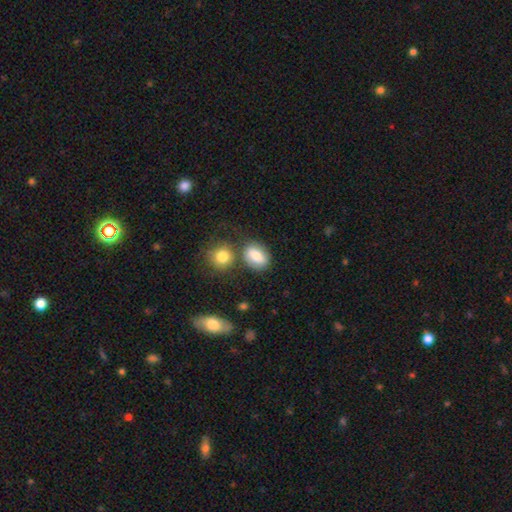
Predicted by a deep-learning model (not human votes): smooth-or-featured: smooth: 76% | featured or disk: 15% | star or artifact: 8%
  how-rounded: in between: 71% | round: 26% | cigar-shaped: 2%
  merging: none: 63% | merger: 17% | minor disturbance: 15% | major disturbance: 5%